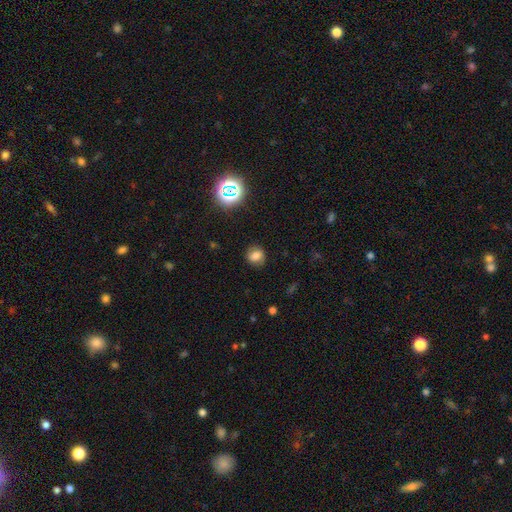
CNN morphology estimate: A smooth galaxy with no disk features (64%) that is round (72%).

Vote fractions:
- Smooth or featured? smooth: 64% / star or artifact: 18% / featured or disk: 17%
- How rounded? round: 72% / in between: 27% / cigar-shaped: 1%
- Merging? none: 82% / minor disturbance: 13% / major disturbance: 4% / merger: 1%